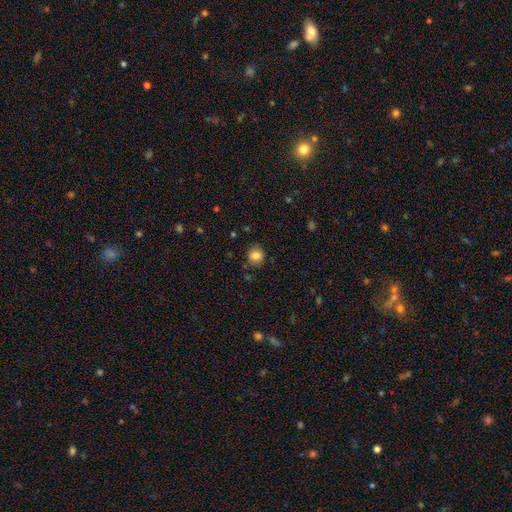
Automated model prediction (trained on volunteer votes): smooth_or_featured: smooth (p=0.83) [alt: star or artifact p=0.11]
how_rounded: round (p=0.83) [alt: in between p=0.16]
merging: none (p=0.85) [alt: minor disturbance p=0.11]